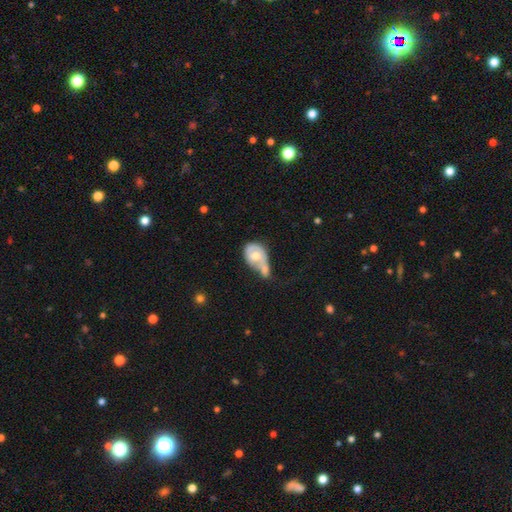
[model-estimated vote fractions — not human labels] smooth-or-featured: featured or disk: 50% | smooth: 44% | star or artifact: 6%
  disk-edge-on: no: 96% | yes: 4%
  merging: merger: 57% | major disturbance: 15% | minor disturbance: 14% | none: 14%